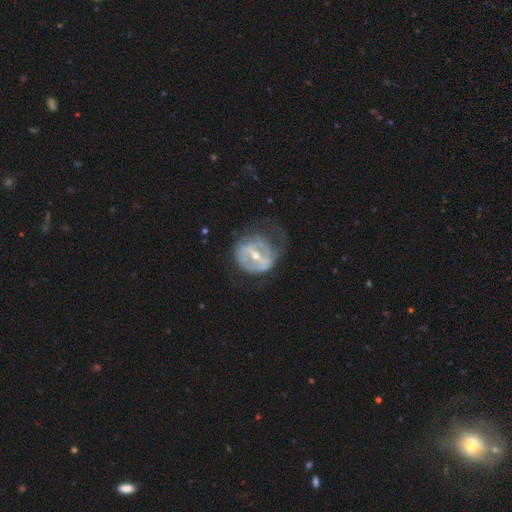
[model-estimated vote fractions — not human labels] Overall: featured or disk (77%). Edge-on disk: no (95%). Bar: strong (56%; weak 32%). Spiral arms: yes (57%; no 43%). Bulge size: moderate (52%; small 44%). Merging: none (42%; major disturbance 31%).